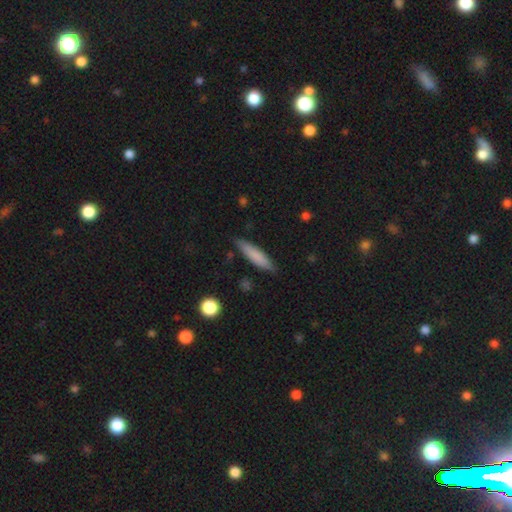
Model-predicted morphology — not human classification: type=smooth (79%); roundness=cigar-shaped (79%); merging=none (84%).